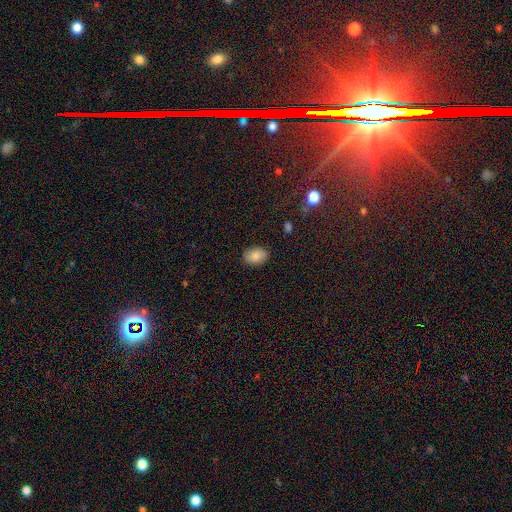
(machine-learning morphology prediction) A smooth galaxy with no disk features (85%) that is in between round and cigar-shaped (79%).

Vote fractions:
- Smooth or featured? smooth: 85% / star or artifact: 8% / featured or disk: 8%
- How rounded? in between: 79% / round: 20% / cigar-shaped: 1%
- Merging? none: 87% / minor disturbance: 10% / major disturbance: 2% / merger: 1%